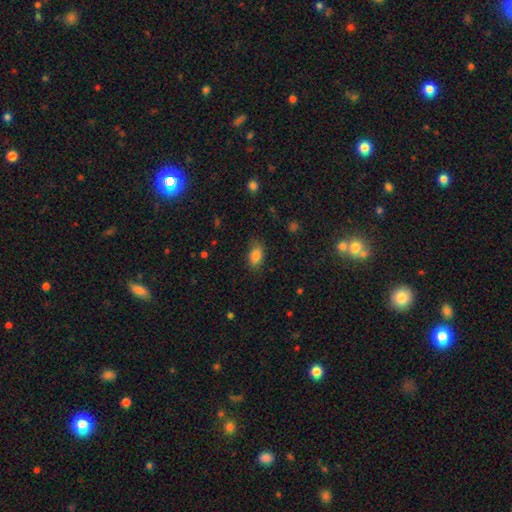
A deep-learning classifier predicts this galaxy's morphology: Smooth or featured? Predicted: smooth (p=0.85). How rounded? Predicted: in between (p=0.87). Merging? Predicted: none (p=0.75).